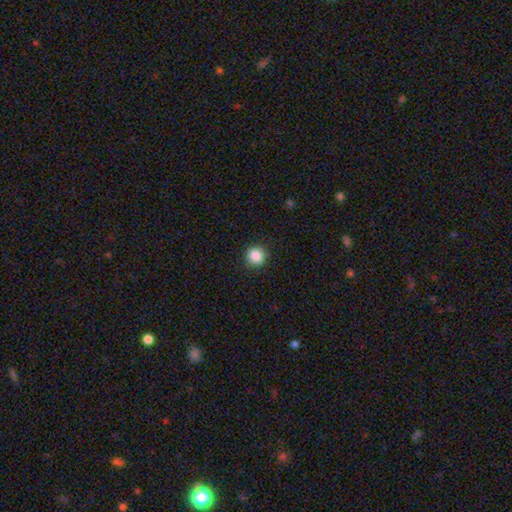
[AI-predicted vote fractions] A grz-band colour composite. It shows a smooth galaxy with no disk features (87%) that is round (90%). Merging: none (90%).